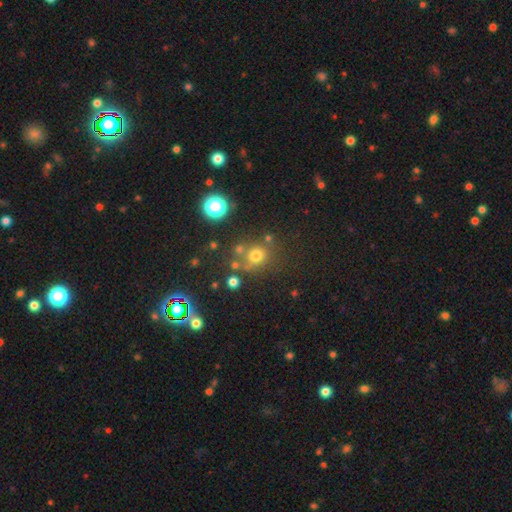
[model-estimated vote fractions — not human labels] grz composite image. It shows a smooth galaxy with no disk features (68%) that is round (83%). Merging: none (67%).